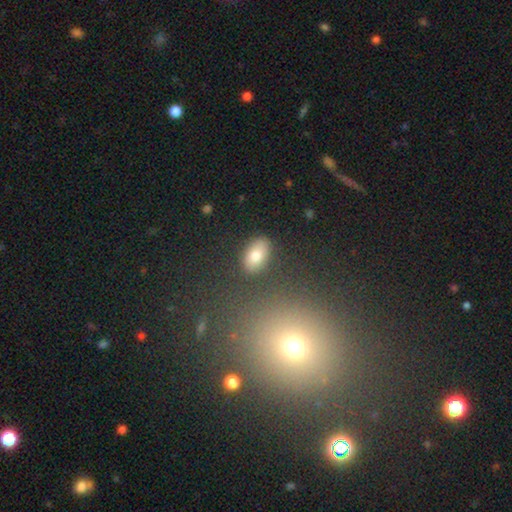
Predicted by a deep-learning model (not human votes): The model was most divided on "smooth or featured": smooth: 78%, featured or disk: 12%, star or artifact: 10%. More confident: how rounded — in between (91%); merging — none (84%).